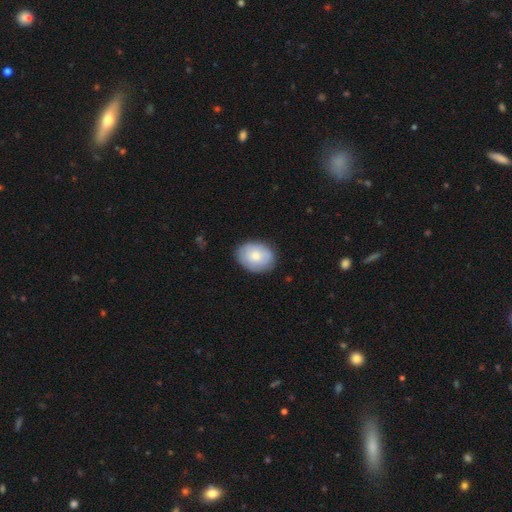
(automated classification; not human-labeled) The model was most divided on "how rounded": in between: 67%, round: 33%, cigar-shaped: 1%. More confident: merging — none (83%); smooth or featured — smooth (75%).